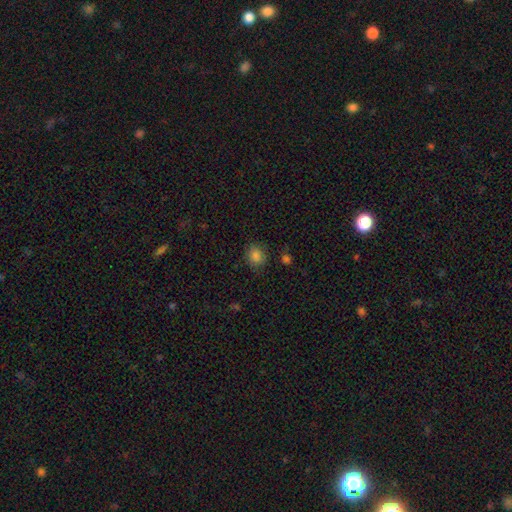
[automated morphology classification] type=smooth (83%); roundness=round (74%); merging=none (82%).